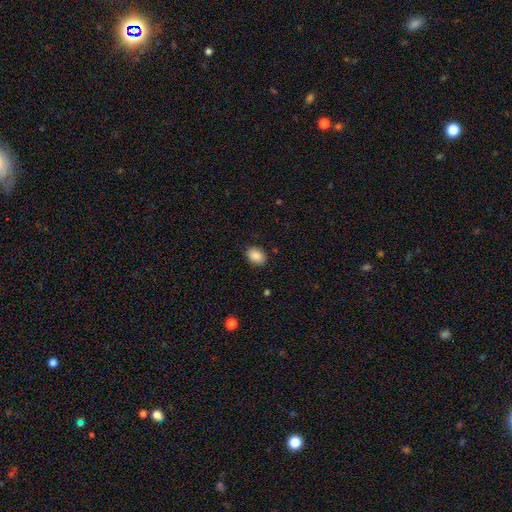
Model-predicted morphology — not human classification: This is clearly a smooth galaxy (89%). How rounded: likely in between (77%). Merging: clearly none (87%).